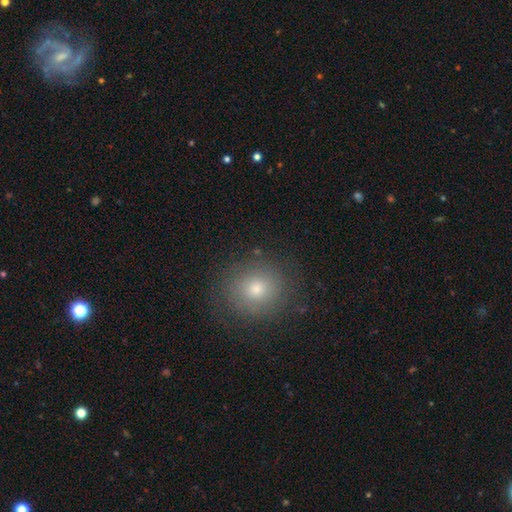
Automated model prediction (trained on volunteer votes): Smooth or featured?
  - smooth: 55% *
  - star or artifact: 28%
  - featured or disk: 17%
How rounded?
  - round: 86% *
  - in between: 13%
  - cigar-shaped: 1%
Merging?
  - none: 89% *
  - minor disturbance: 7%
  - major disturbance: 3%
  - merger: 1%